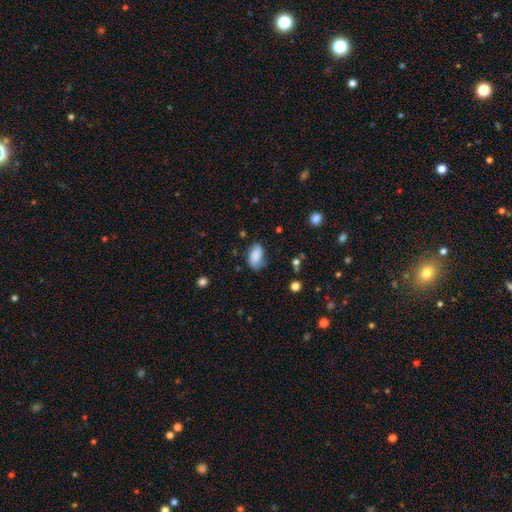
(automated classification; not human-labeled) smooth-or-featured: smooth: 79% | featured or disk: 13% | star or artifact: 8%
  how-rounded: in between: 92% | round: 6% | cigar-shaped: 2%
  merging: none: 62% | minor disturbance: 27% | major disturbance: 8% | merger: 2%